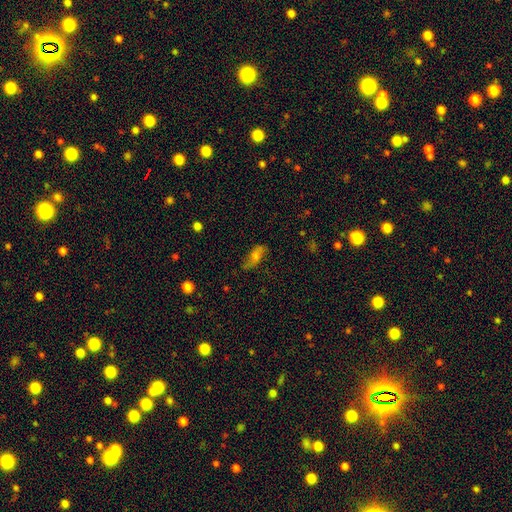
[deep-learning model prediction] This is possibly a smooth galaxy (52%). How rounded: likely in between (71%). Merging: likely none (68%).